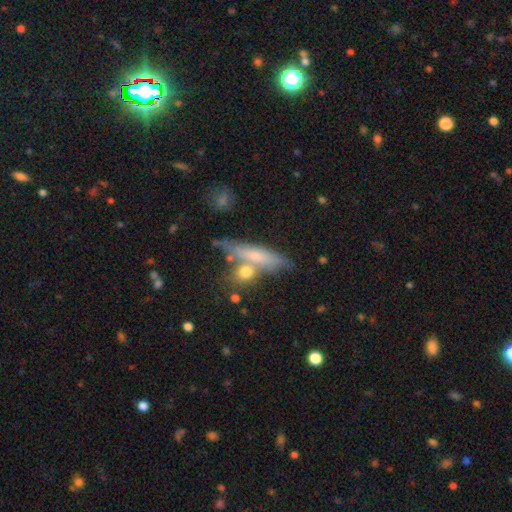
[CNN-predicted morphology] type=smooth (59%); roundness=cigar-shaped (72%); merging=none (57%).